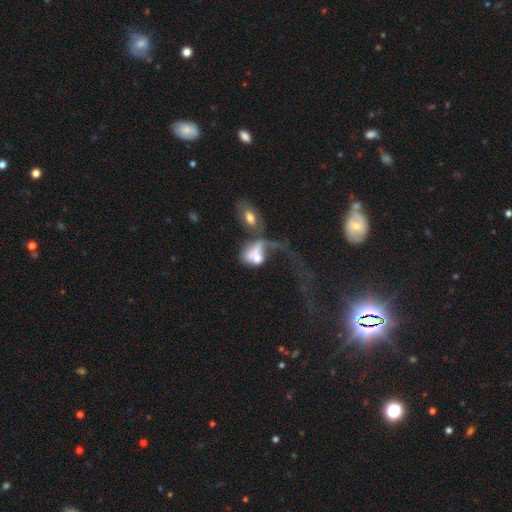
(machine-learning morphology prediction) The model was most divided on "merging": merger: 44%, major disturbance: 39%, none: 10%, minor disturbance: 7%. More confident: how rounded — in between (75%); smooth or featured — smooth (52%).